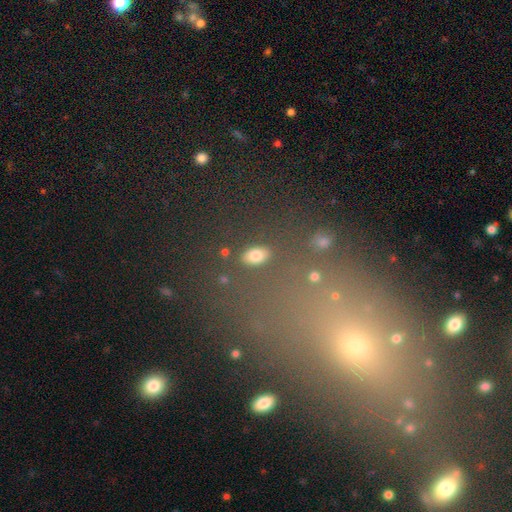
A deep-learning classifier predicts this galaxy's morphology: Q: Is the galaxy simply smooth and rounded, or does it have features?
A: smooth — 78%.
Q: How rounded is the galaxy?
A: in between — 87%.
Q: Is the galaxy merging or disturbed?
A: none — 86%.